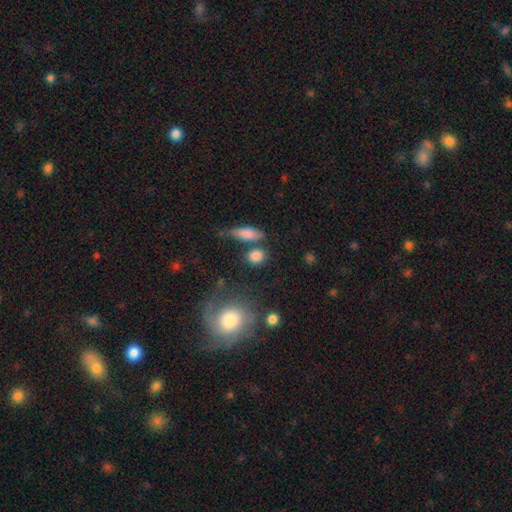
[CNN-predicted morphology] smooth-or-featured: smooth: 84% | star or artifact: 9% | featured or disk: 7%
  how-rounded: round: 57% | in between: 35% | cigar-shaped: 8%
  merging: none: 69% | merger: 14% | minor disturbance: 12% | major disturbance: 5%